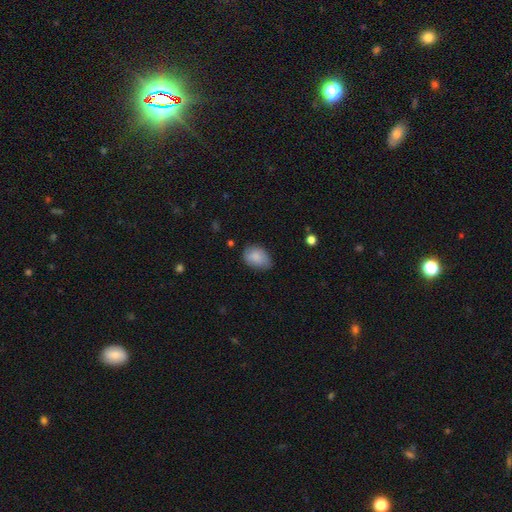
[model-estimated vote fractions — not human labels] This is clearly a smooth galaxy (85%). How rounded: clearly in between (81%). Merging: likely none (68%).